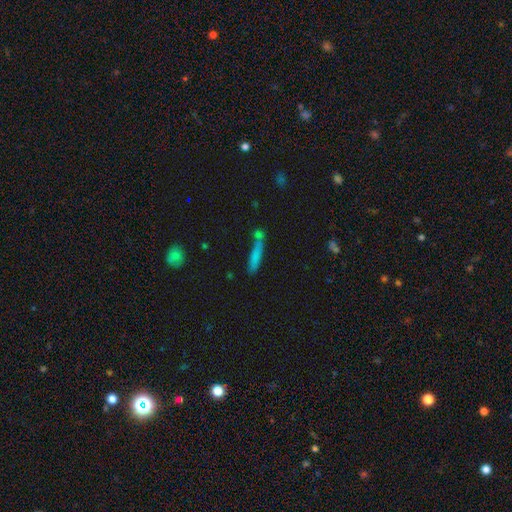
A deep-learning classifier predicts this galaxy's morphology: Smooth or featured?
  - smooth: 72% *
  - featured or disk: 18%
  - star or artifact: 10%
How rounded?
  - cigar-shaped: 88% *
  - in between: 9%
  - round: 2%
Merging?
  - none: 60% *
  - merger: 18%
  - minor disturbance: 16%
  - major disturbance: 6%